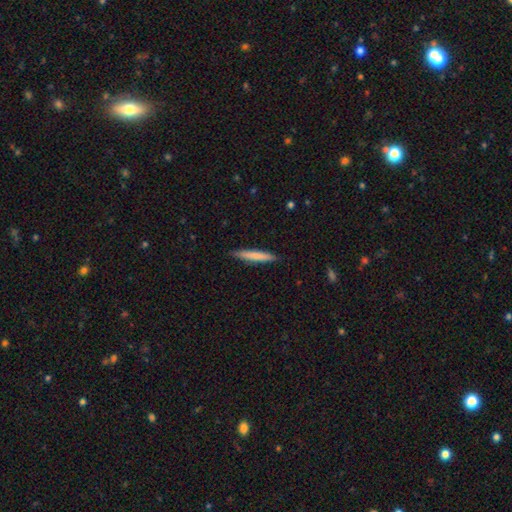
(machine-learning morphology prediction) The model was most divided on "smooth or featured": smooth: 73%, featured or disk: 21%, star or artifact: 5%. More confident: how rounded — cigar-shaped (94%); merging — none (88%).